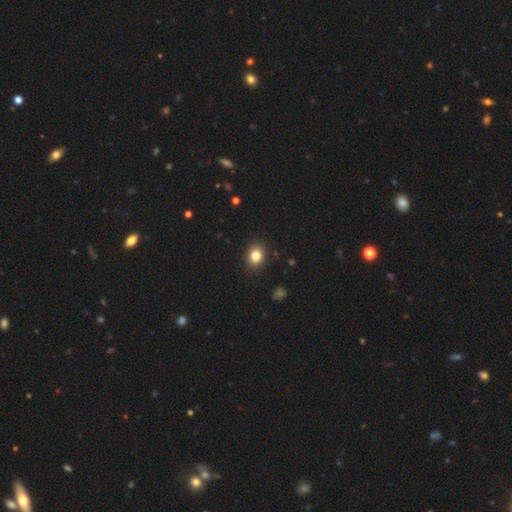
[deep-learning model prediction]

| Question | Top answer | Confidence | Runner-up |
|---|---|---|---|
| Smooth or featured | smooth | 83% | star or artifact (11%) |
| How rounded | round | 51% | in between (48%) |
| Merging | none | 89% | minor disturbance (8%) |